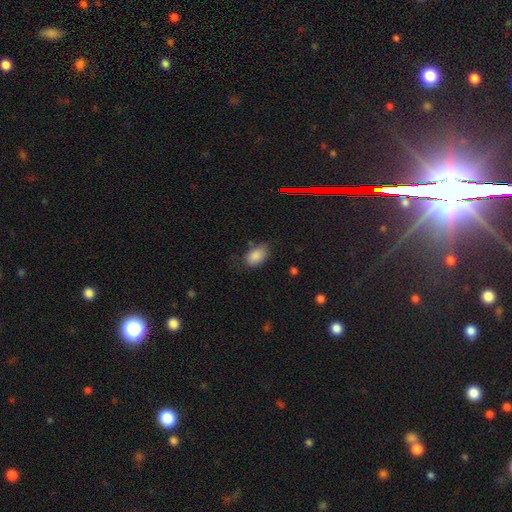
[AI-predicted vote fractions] A smooth galaxy with no disk features (86%) that is in between round and cigar-shaped (88%).

Vote fractions:
- Smooth or featured? smooth: 86% / star or artifact: 8% / featured or disk: 6%
- How rounded? in between: 88% / round: 10% / cigar-shaped: 1%
- Merging? none: 61% / minor disturbance: 28% / major disturbance: 8% / merger: 2%